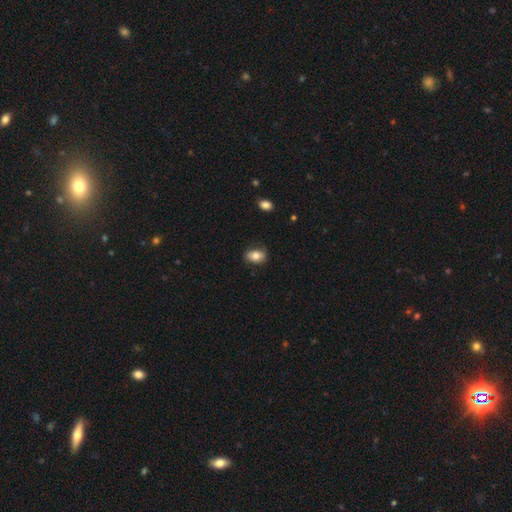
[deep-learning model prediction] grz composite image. It shows a smooth galaxy with no disk features (77%) that is in between round and cigar-shaped (83%). Merging: none (76%).